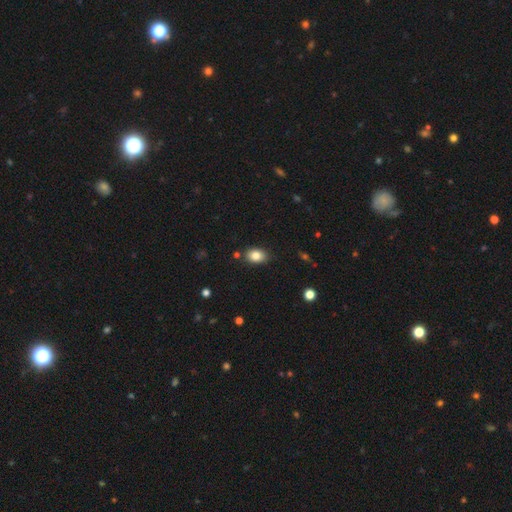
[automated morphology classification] Q: Smooth or featured?
A: smooth (84%); runner-up: star or artifact (9%)
Q: How rounded?
A: in between (78%); runner-up: round (21%)
Q: Merging?
A: none (82%); runner-up: minor disturbance (12%)